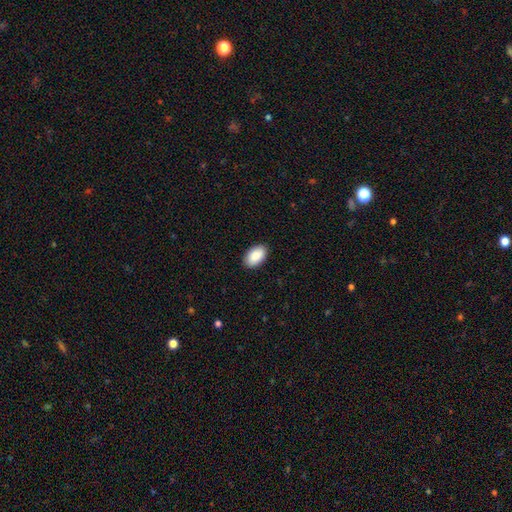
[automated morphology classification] This appears to be a smooth galaxy with no disk features (90%) that is in between round and cigar-shaped (95%). Merging: none (90%).